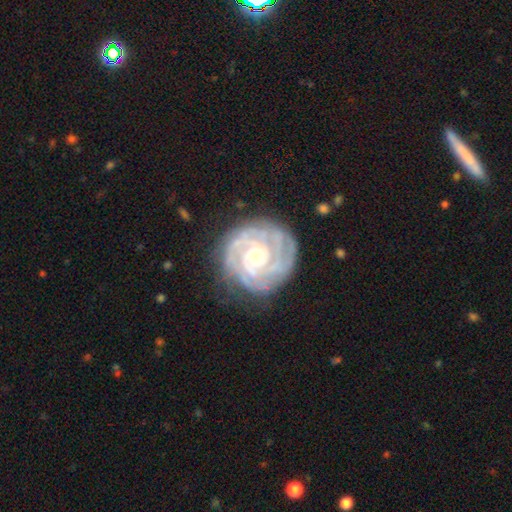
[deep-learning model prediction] Smooth or featured?
  - featured or disk: 86% *
  - smooth: 8%
  - star or artifact: 5%
Edge-on disk?
  - no: 98% *
  - yes: 2%
Bar?
  - no: 73% *
  - weak: 21%
  - strong: 6%
Spiral arms?
  - yes: 96% *
  - no: 4%
Spiral winding?
  - tight: 80% *
  - medium: 17%
  - loose: 3%
Spiral arm count?
  - can't tell: 31% *
  - 3: 22%
  - 2: 20%
  - 4: 13%
  - more than 4: 7%
  - 1: 6%
Bulge size?
  - small: 50% *
  - moderate: 44%
  - large: 4%
  - none: 2%
  - dominant: 1%
Merging?
  - none: 77% *
  - minor disturbance: 16%
  - major disturbance: 6%
  - merger: 1%